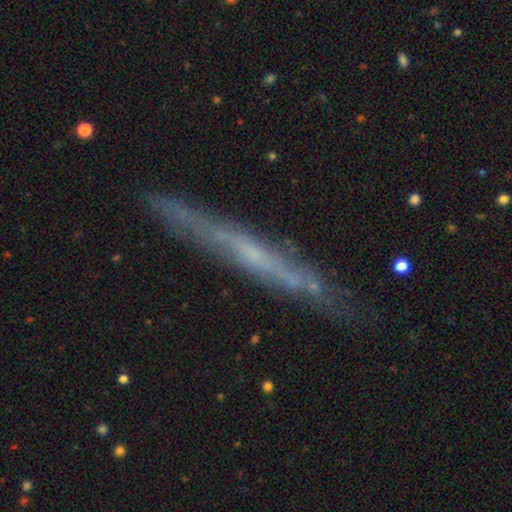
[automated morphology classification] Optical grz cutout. It shows a featured or disk galaxy (67%) viewed edge-on (90%) with no central bulge (75%). Merging: none (84%).